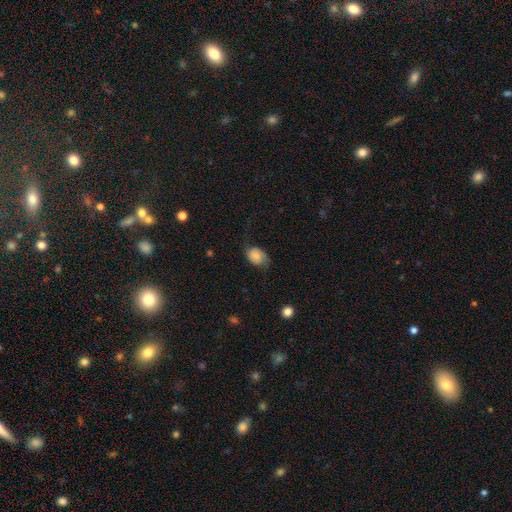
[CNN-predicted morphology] Q: Smooth or featured?
A: smooth (61%); runner-up: featured or disk (30%)
Q: How rounded?
A: in between (70%); runner-up: round (29%)
Q: Merging?
A: none (53%); runner-up: minor disturbance (30%)